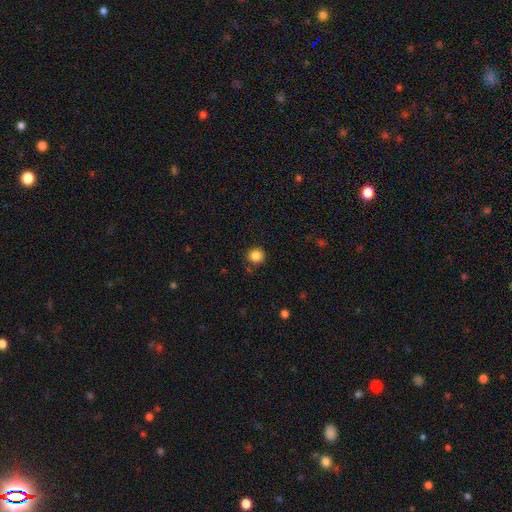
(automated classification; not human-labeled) Morphology: type=smooth (86%); roundness=round (92%); merging=none (87%).